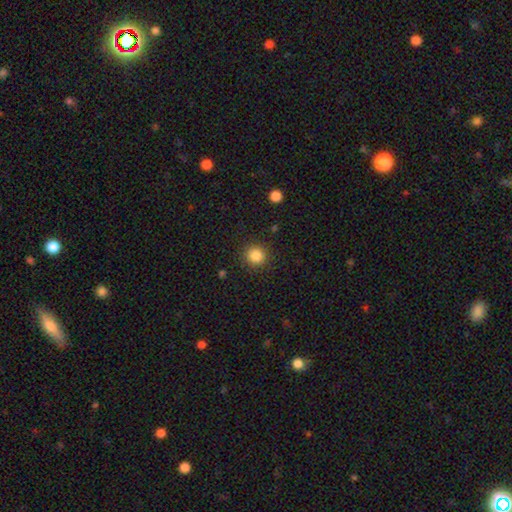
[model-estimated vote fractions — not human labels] This is clearly a smooth galaxy (86%). How rounded: clearly round (93%). Merging: clearly none (90%).